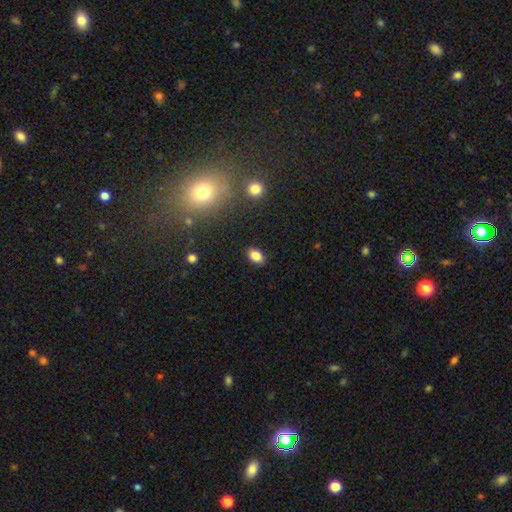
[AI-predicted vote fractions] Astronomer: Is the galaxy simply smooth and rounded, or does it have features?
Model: smooth — 84%.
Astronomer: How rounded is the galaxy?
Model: in between — 87%.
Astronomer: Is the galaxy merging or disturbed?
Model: none — 87%.